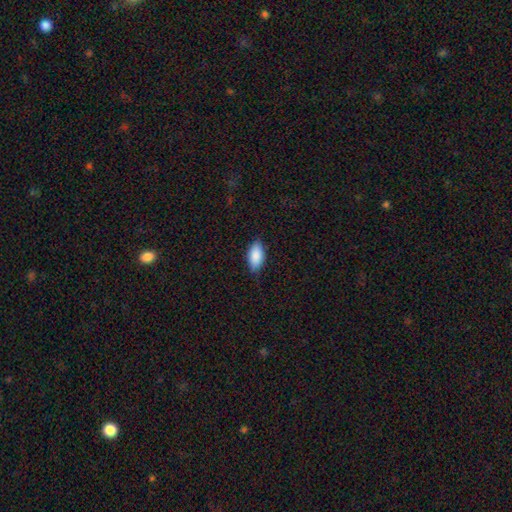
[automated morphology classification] smooth 87%, star or artifact 6%, featured or disk 6%. Down the decision tree: how rounded — in between (92%); merging — none (78%).